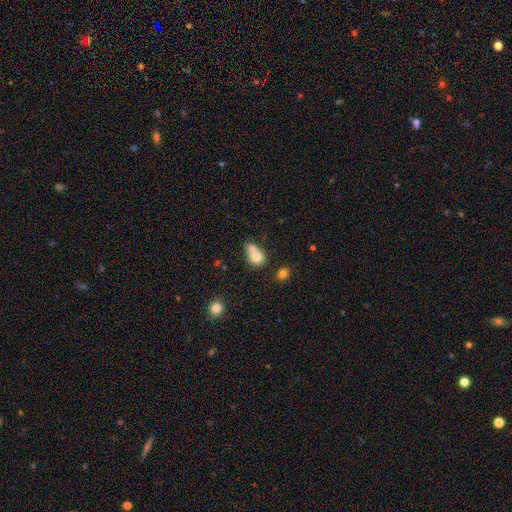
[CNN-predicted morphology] Smooth or featured? Predicted: smooth (p=0.73). How rounded? Predicted: round (p=0.64). Merging? Predicted: merger (p=0.63).